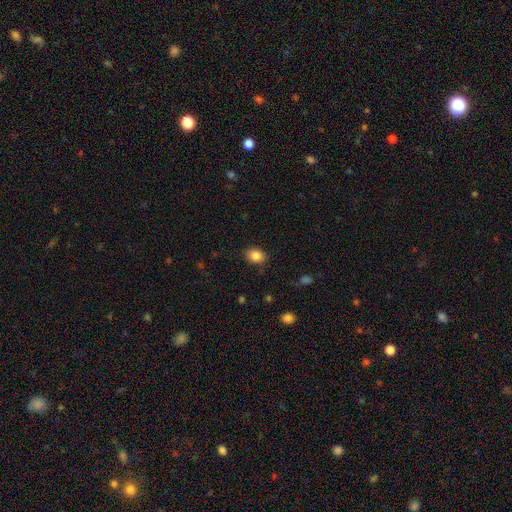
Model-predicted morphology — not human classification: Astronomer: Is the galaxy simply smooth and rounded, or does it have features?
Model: smooth — 85%.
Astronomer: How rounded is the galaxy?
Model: in between — 52% (runner-up: round, 47%).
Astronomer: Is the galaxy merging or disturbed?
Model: none — 84%.